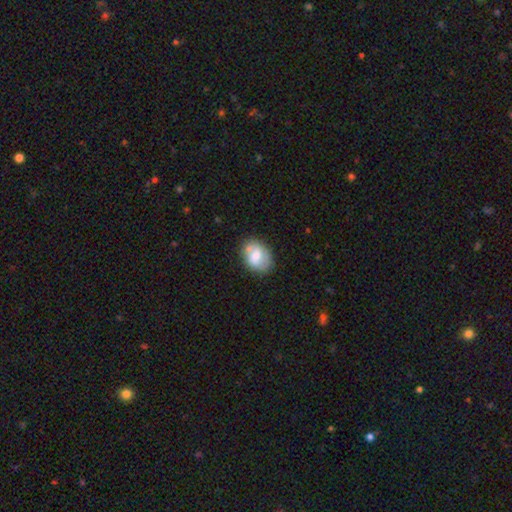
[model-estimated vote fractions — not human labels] Smooth or featured? smooth (55%)
How rounded? in between (68%)
Merging? none (71%)